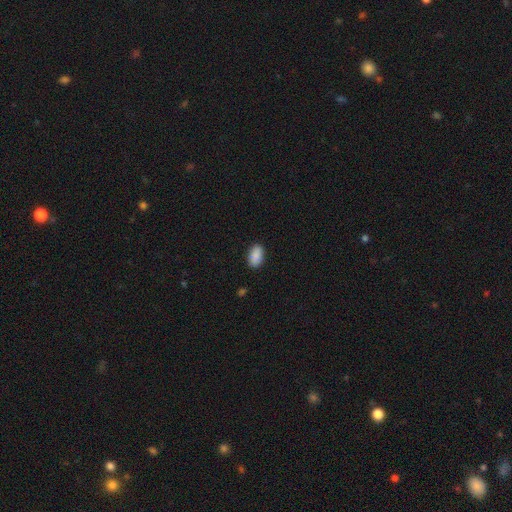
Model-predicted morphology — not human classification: A smooth galaxy with no disk features (90%) that is in between round and cigar-shaped (94%). Merging: none (88%).